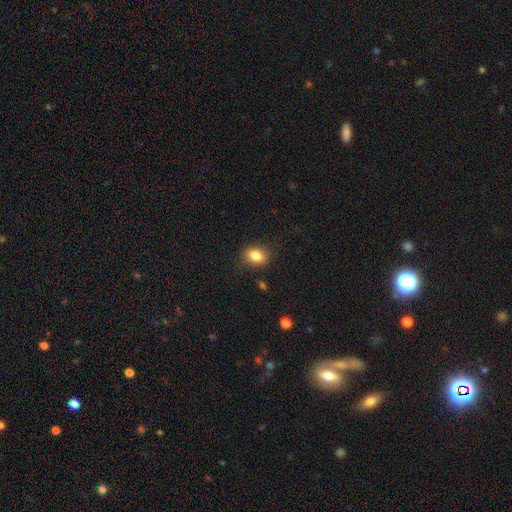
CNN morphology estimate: A smooth galaxy with no disk features (85%) that is in between round and cigar-shaped (60%).

Vote fractions:
- Smooth or featured? smooth: 85% / star or artifact: 9% / featured or disk: 6%
- How rounded? in between: 60% / round: 39% / cigar-shaped: 1%
- Merging? none: 84% / minor disturbance: 11% / major disturbance: 3% / merger: 2%